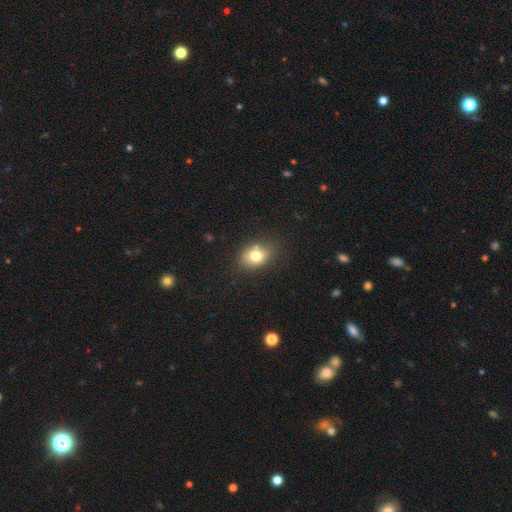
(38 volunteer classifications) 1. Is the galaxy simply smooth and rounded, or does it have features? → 76% smooth, 16% featured or disk, 8% star or artifact.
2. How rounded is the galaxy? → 69% in between, 31% round, 0% cigar-shaped.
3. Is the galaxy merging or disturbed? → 71% none, 17% minor disturbance, 11% merger, 0% major disturbance.